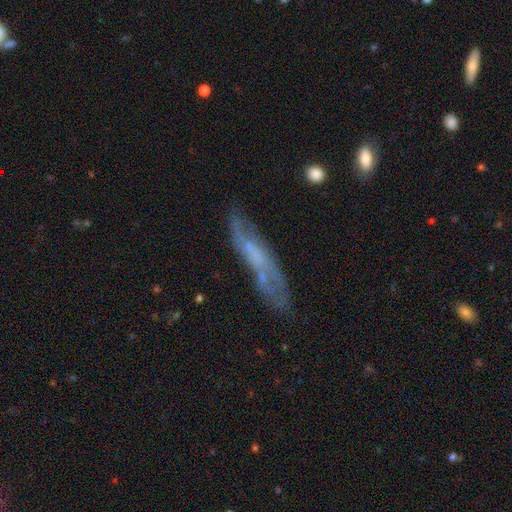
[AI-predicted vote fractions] Overall: featured or disk (59%; smooth 32%). Edge-on disk: no (56%; yes 44%). Merging: none (64%).